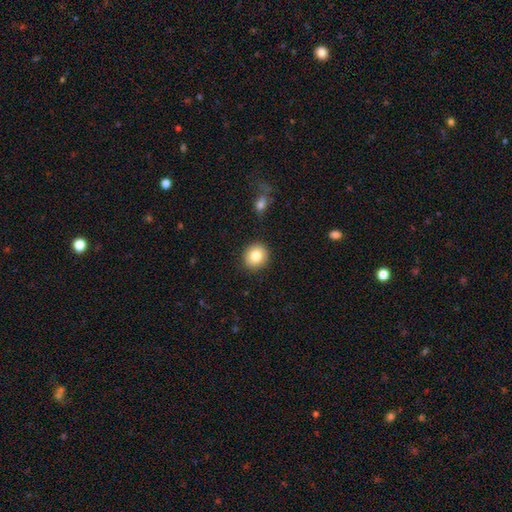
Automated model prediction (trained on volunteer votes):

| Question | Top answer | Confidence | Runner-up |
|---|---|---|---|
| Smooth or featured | smooth | 82% | featured or disk (9%) |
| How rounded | round | 86% | in between (13%) |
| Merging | none | 89% | minor disturbance (7%) |